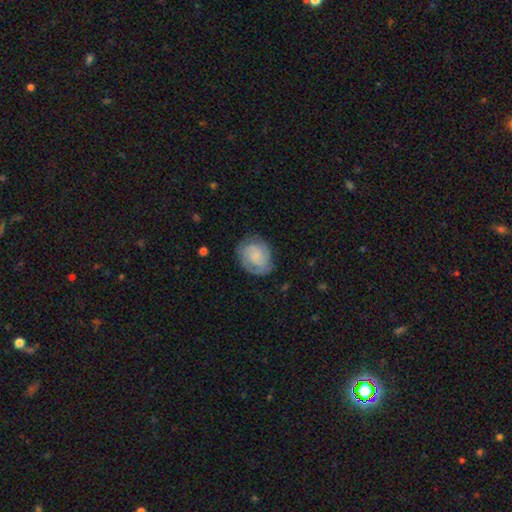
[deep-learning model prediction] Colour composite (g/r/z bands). It shows a featured or disk galaxy (56%) with no bar (66%), spiral arms (88%) and no central bulge (40%). Merging: none (71%).